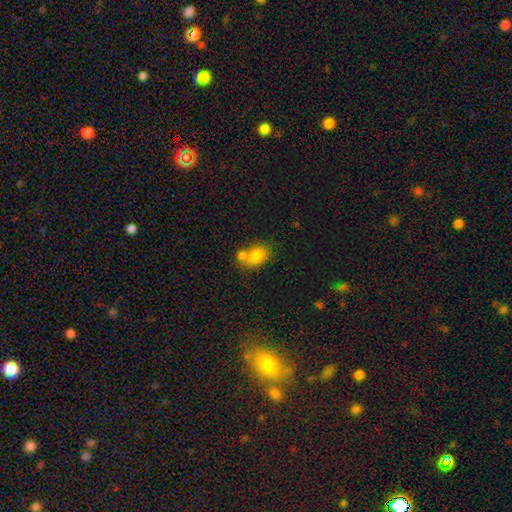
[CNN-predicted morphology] smooth 79%, star or artifact 10%, featured or disk 10%. Down the decision tree: how rounded — in between (72%); merging — none (42%).